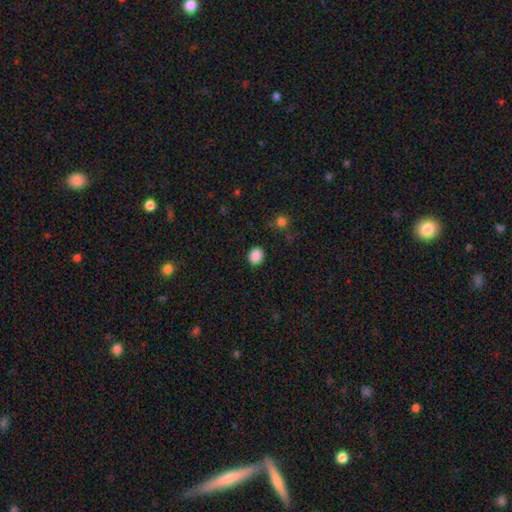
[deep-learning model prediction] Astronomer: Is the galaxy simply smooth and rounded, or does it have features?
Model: smooth — 88%.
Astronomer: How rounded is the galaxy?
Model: round — 66%.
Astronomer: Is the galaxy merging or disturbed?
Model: none — 89%.